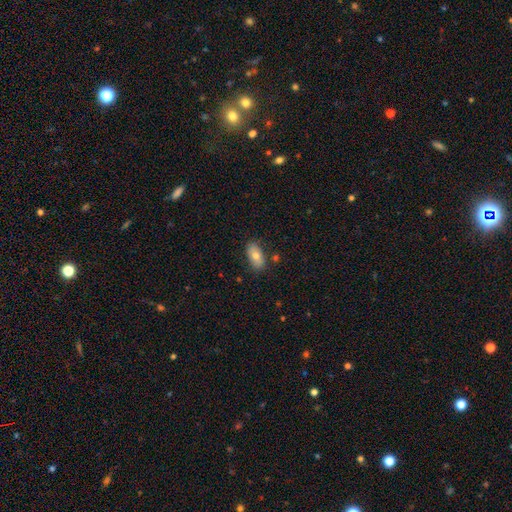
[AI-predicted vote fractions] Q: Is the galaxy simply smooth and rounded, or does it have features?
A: smooth — 74%.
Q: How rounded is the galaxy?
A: in between — 91%.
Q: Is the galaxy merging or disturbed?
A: none — 80%.